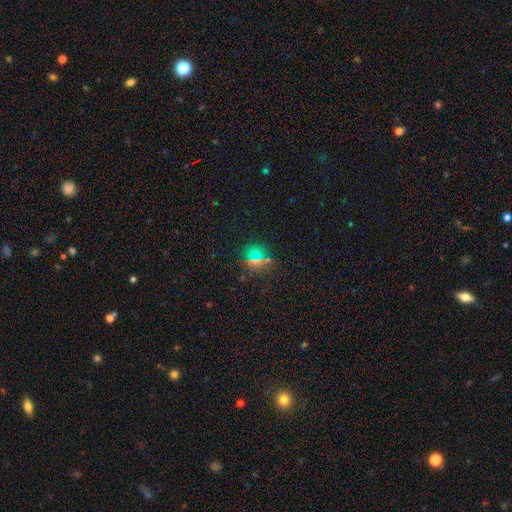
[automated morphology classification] type=smooth (56%); roundness=round (87%); merging=none (83%).